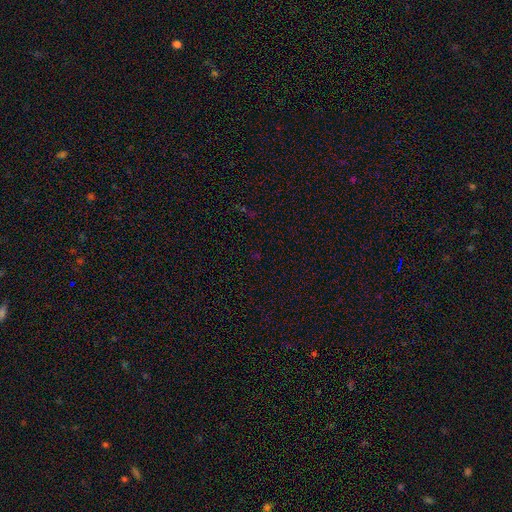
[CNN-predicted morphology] Smooth or featured? star or artifact (68%)